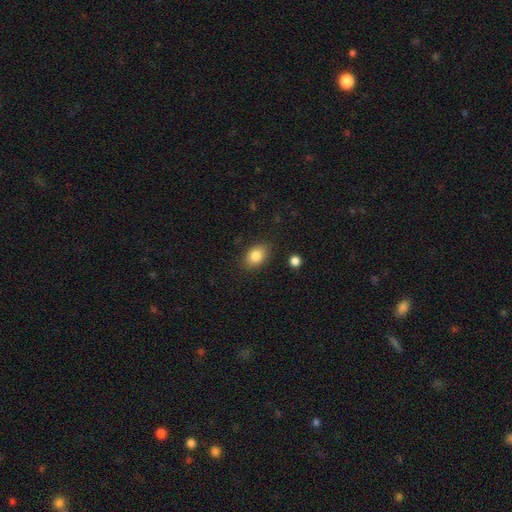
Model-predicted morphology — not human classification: Smooth or featured?
  - smooth: 85% *
  - star or artifact: 9%
  - featured or disk: 7%
How rounded?
  - in between: 79% *
  - round: 20%
  - cigar-shaped: 1%
Merging?
  - none: 85% *
  - minor disturbance: 11%
  - major disturbance: 3%
  - merger: 2%